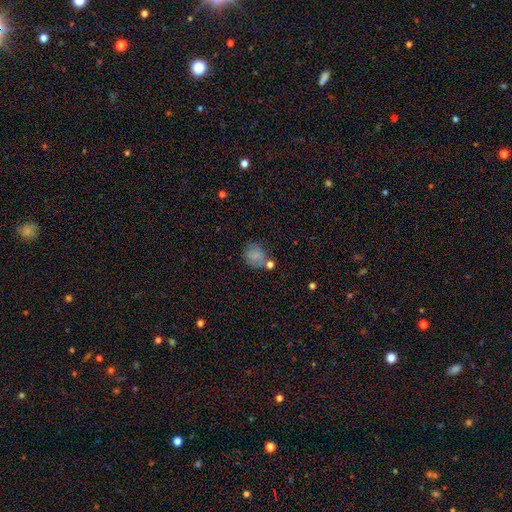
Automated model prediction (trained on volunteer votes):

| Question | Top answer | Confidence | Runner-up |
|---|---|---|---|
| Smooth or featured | smooth | 76% | featured or disk (12%) |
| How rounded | round | 56% | in between (43%) |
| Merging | none | 53% | minor disturbance (22%) |